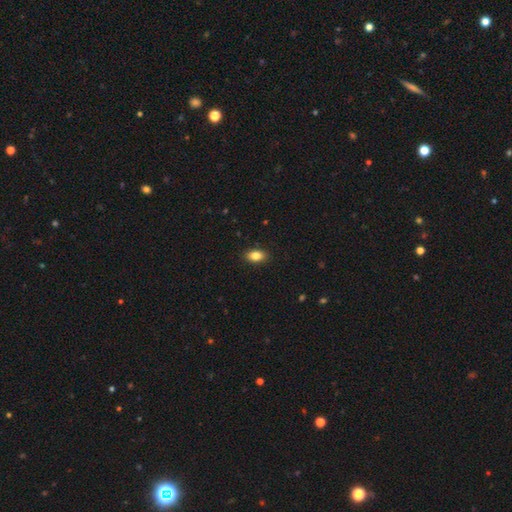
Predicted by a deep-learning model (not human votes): The model was most divided on "how rounded": in between: 87%, round: 11%, cigar-shaped: 2%. More confident: merging — none (89%); smooth or featured — smooth (85%).